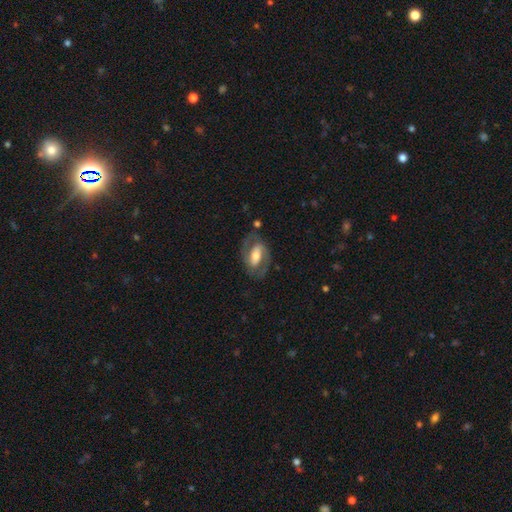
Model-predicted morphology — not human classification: A featured or disk galaxy (73%) with a strong bar (45%), 2 (86%) medium (50%) spiral arms (83%) and a moderate central bulge (56%). Merging: none (74%).